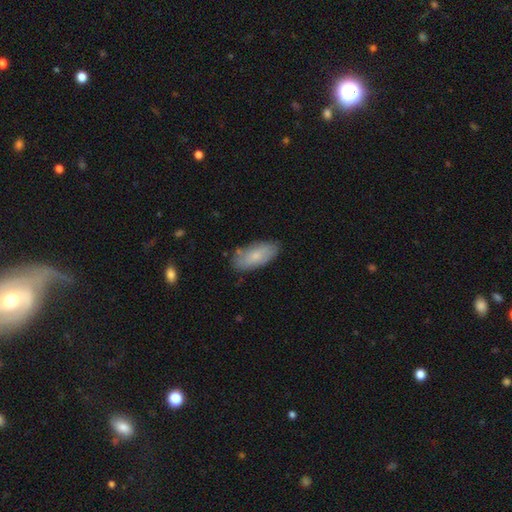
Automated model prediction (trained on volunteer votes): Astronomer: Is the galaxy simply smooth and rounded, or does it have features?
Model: smooth — 74%.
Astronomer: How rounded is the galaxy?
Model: in between — 88%.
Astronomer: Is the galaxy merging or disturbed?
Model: none — 78%.